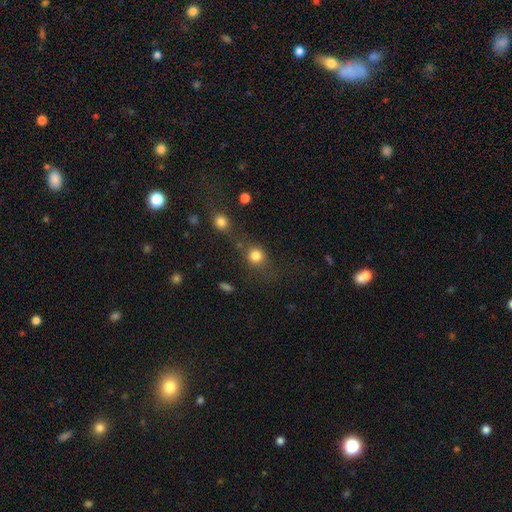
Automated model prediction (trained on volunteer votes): A smooth galaxy with no disk features (79%) that is round (83%). Merging: none (56%).